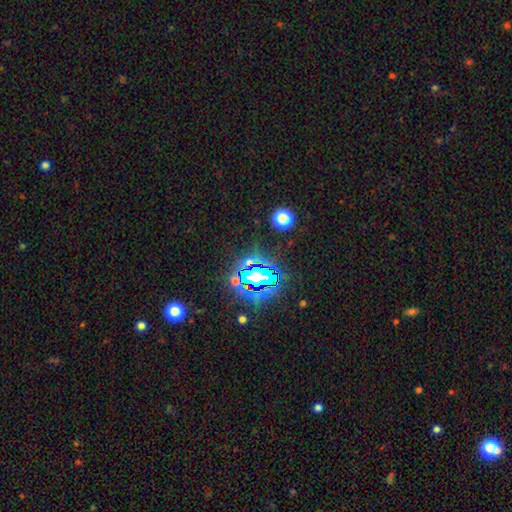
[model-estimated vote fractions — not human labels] Smooth or featured: star or artifact — 81% (smooth — 12%)